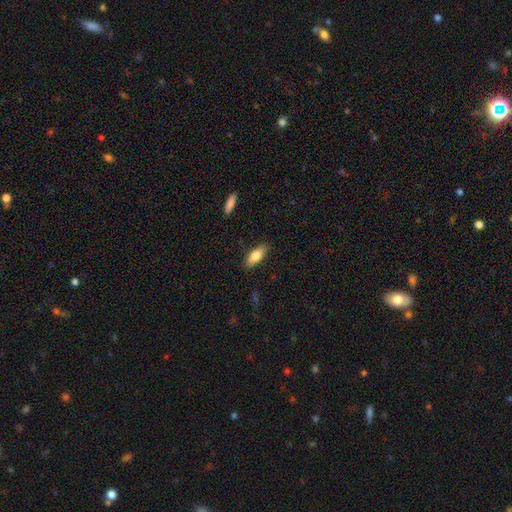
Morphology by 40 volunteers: This is clearly a smooth galaxy (82%). How rounded: possibly in between (58%). Merging: clearly none (87%).